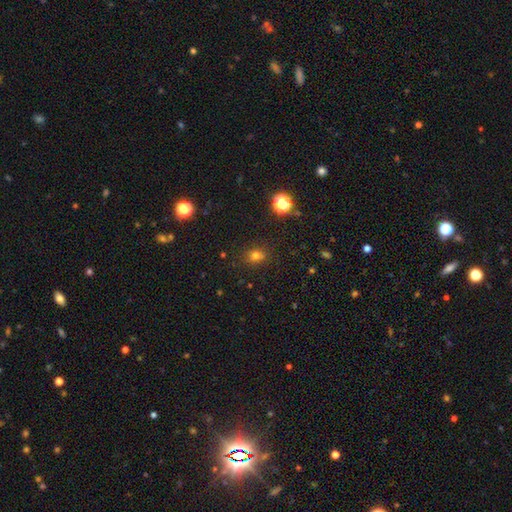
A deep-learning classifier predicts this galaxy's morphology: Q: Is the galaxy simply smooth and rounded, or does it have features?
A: smooth — 71%.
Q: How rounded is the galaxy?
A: round — 69%.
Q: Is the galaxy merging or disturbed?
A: none — 78%.